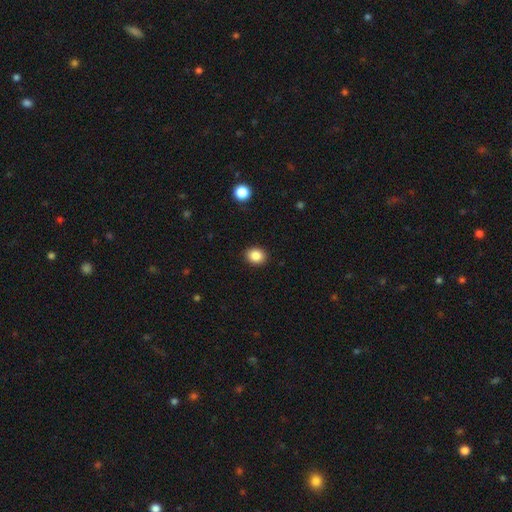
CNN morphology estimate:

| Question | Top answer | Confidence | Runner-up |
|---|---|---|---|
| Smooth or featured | smooth | 86% | star or artifact (10%) |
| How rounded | round | 61% | in between (38%) |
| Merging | none | 91% | minor disturbance (7%) |